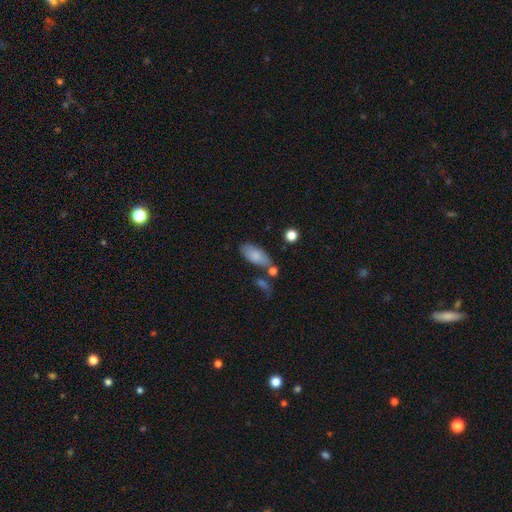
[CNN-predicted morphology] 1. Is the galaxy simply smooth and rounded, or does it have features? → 80% smooth, 13% featured or disk, 7% star or artifact.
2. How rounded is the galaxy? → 88% in between, 10% cigar-shaped, 3% round.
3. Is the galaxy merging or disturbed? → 63% none, 19% minor disturbance, 12% merger, 6% major disturbance.